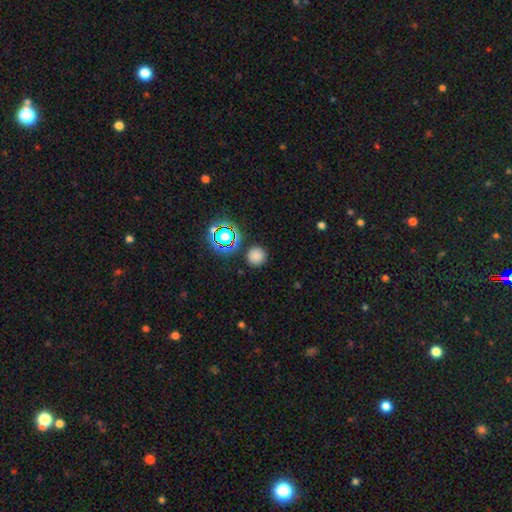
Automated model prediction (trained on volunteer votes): Smooth or featured?
  - smooth: 75% *
  - star or artifact: 20%
  - featured or disk: 5%
How rounded?
  - round: 94% *
  - in between: 5%
  - cigar-shaped: 1%
Merging?
  - none: 87% *
  - minor disturbance: 7%
  - merger: 3%
  - major disturbance: 3%